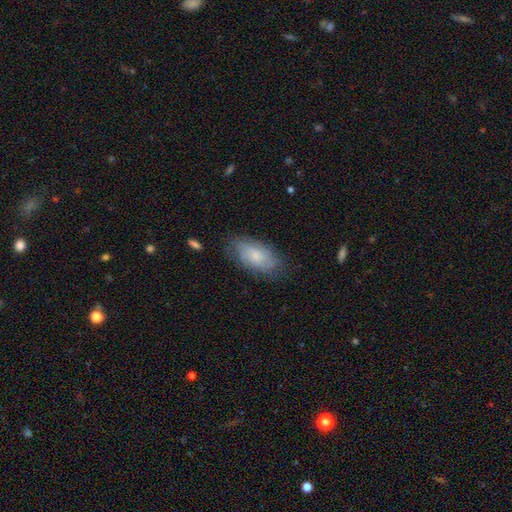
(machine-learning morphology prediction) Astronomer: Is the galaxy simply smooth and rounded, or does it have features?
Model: smooth — 63%.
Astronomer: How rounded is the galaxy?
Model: in between — 92%.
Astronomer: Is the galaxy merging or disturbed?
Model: none — 73%.